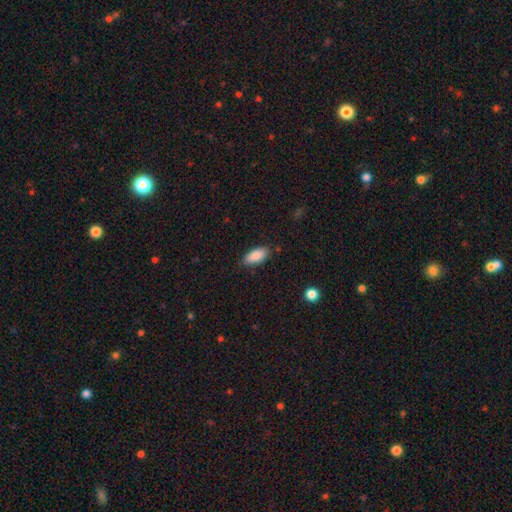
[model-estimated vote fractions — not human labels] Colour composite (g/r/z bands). It shows a smooth galaxy with no disk features (87%) that is in between round and cigar-shaped (88%). Merging: none (84%).